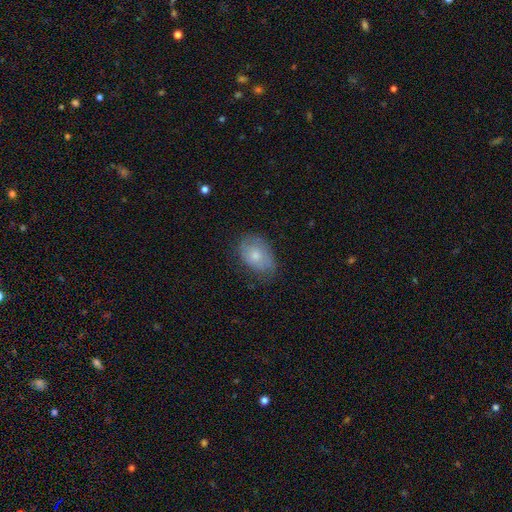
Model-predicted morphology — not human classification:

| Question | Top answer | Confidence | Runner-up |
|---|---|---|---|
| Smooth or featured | smooth | 69% | featured or disk (23%) |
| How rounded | in between | 82% | round (17%) |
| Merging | none | 61% | minor disturbance (29%) |